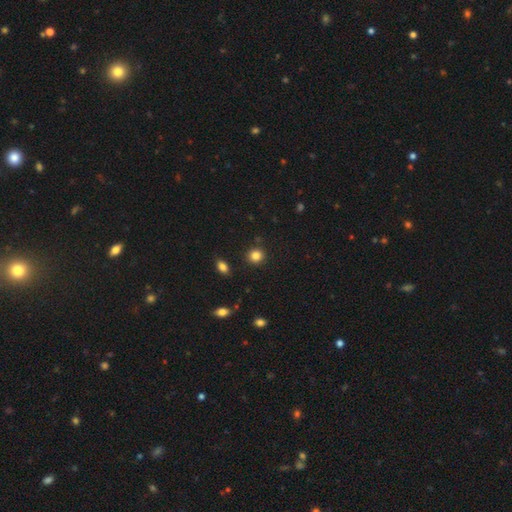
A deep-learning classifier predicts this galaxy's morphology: type=smooth (84%); roundness=round (89%); merging=none (89%).